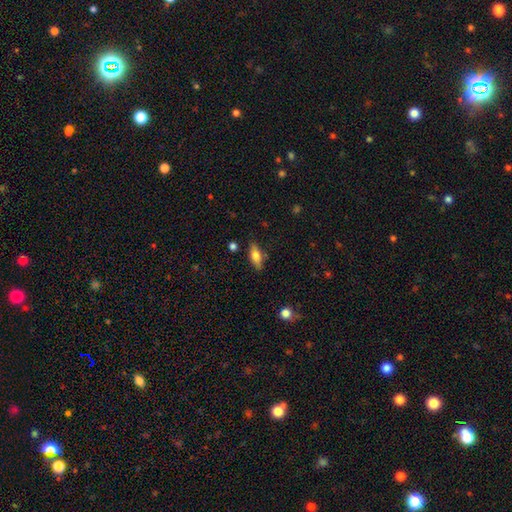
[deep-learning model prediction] smooth 73%, featured or disk 19%, star or artifact 7%. Down the decision tree: how rounded — in between (73%); merging — none (81%).